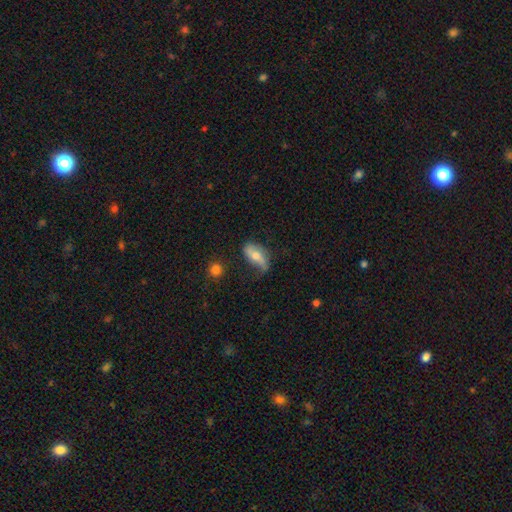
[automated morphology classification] Smooth or featured? Predicted: smooth (p=0.51). How rounded? Predicted: in between (p=0.80). Merging? Predicted: none (p=0.54).